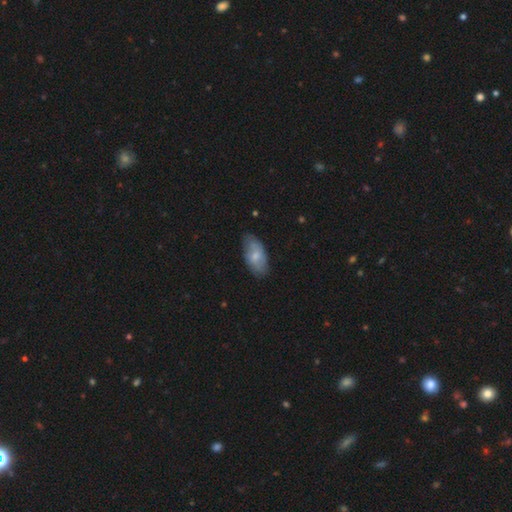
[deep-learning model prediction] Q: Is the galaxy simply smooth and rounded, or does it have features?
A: smooth — 68%.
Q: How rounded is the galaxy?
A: in between — 93%.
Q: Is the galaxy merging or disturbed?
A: none — 72%.